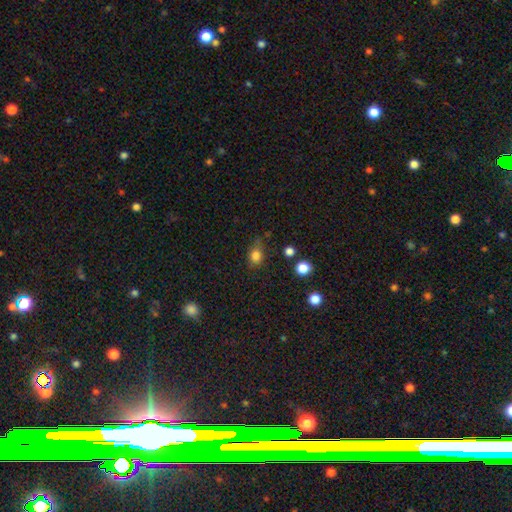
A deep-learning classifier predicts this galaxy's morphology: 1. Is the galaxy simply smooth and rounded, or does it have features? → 82% smooth, 12% star or artifact, 6% featured or disk.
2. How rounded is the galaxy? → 60% round, 39% in between, 1% cigar-shaped.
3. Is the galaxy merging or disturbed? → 66% none, 24% minor disturbance, 6% major disturbance, 4% merger.